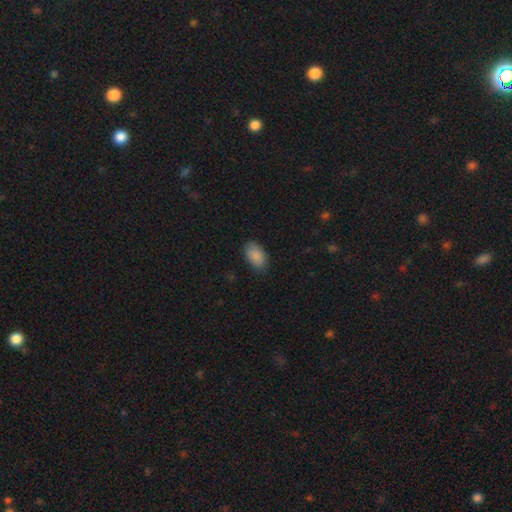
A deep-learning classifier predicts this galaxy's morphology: Smooth or featured? Predicted: smooth (p=0.89). How rounded? Predicted: in between (p=0.93). Merging? Predicted: none (p=0.83).